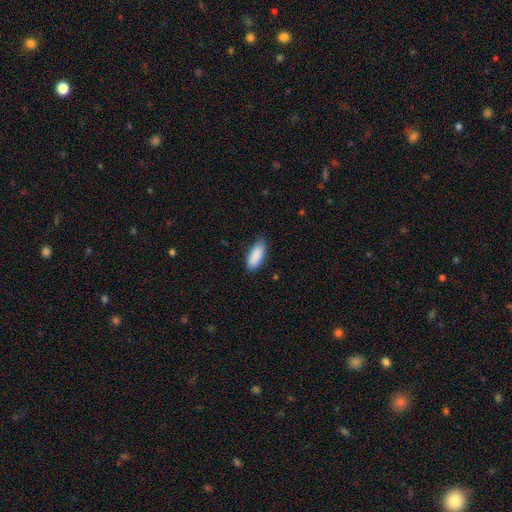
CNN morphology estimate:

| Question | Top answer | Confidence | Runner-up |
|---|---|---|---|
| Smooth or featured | smooth | 90% | star or artifact (6%) |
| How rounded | in between | 83% | cigar-shaped (15%) |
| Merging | none | 78% | minor disturbance (18%) |